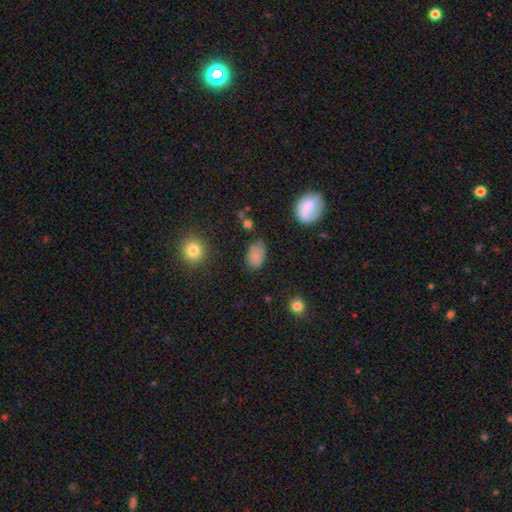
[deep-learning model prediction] smooth-or-featured: smooth: 75% | featured or disk: 13% | star or artifact: 12%
  how-rounded: in between: 85% | round: 13% | cigar-shaped: 1%
  merging: none: 62% | minor disturbance: 26% | major disturbance: 8% | merger: 4%